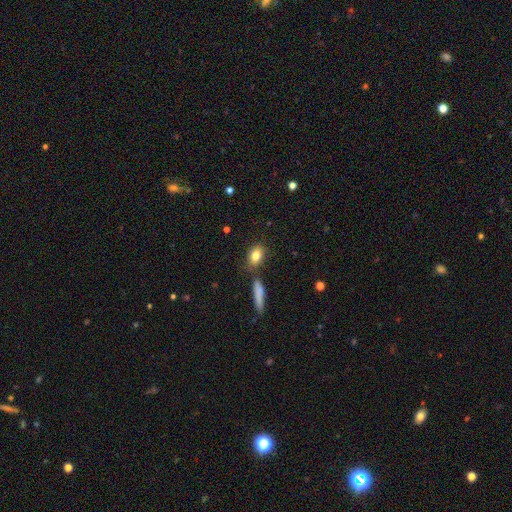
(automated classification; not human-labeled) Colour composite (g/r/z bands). It shows a smooth galaxy with no disk features (80%) that is in between round and cigar-shaped (77%). Merging: none (75%).